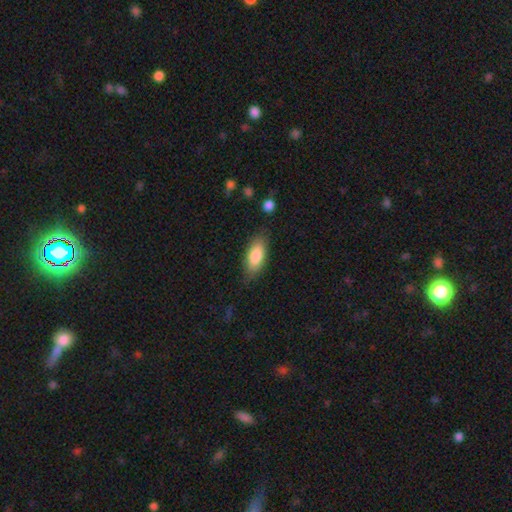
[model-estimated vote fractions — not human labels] A smooth galaxy with no disk features (83%) that is in between round and cigar-shaped (81%).

Vote fractions:
- Smooth or featured? smooth: 83% / featured or disk: 11% / star or artifact: 6%
- How rounded? in between: 81% / cigar-shaped: 16% / round: 2%
- Merging? none: 79% / minor disturbance: 15% / major disturbance: 4% / merger: 2%